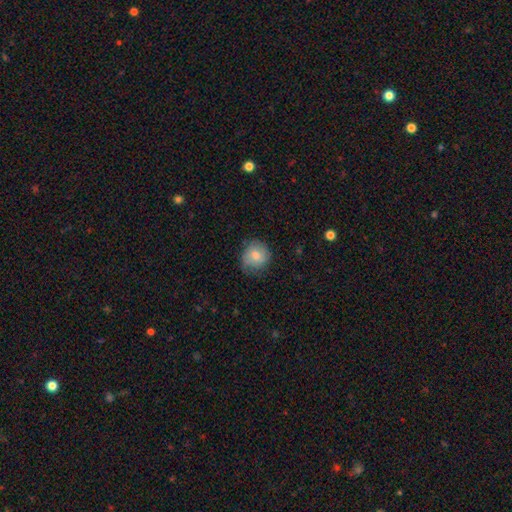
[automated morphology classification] A smooth galaxy with no disk features (77%) that is round (81%).

Vote fractions:
- Smooth or featured? smooth: 77% / featured or disk: 15% / star or artifact: 8%
- How rounded? round: 81% / in between: 18% / cigar-shaped: 1%
- Merging? none: 66% / minor disturbance: 26% / major disturbance: 7% / merger: 1%